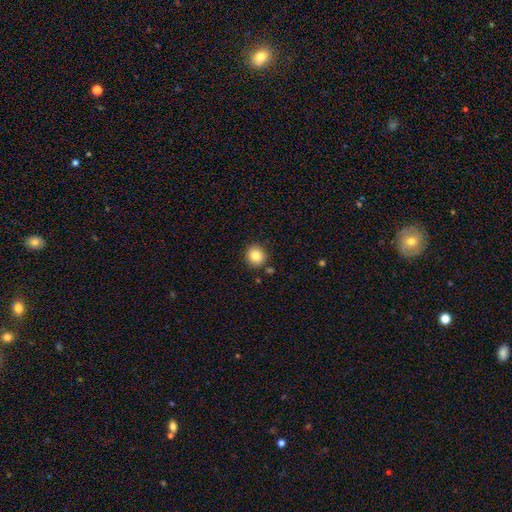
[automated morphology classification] type=smooth (84%); roundness=round (87%); merging=none (86%).